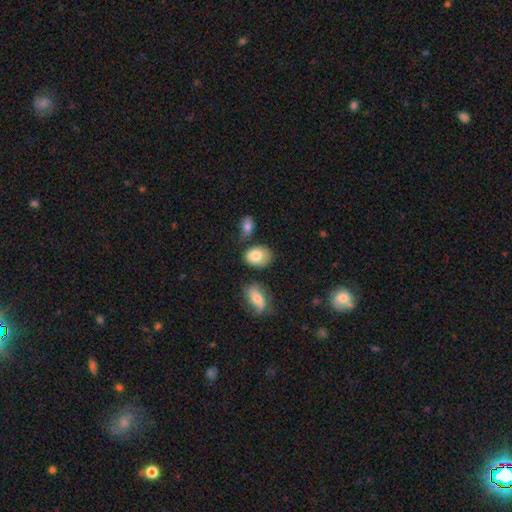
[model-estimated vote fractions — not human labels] Overall: smooth (81%). How rounded: in between (72%). Merging: none (61%; minor disturbance 22%).